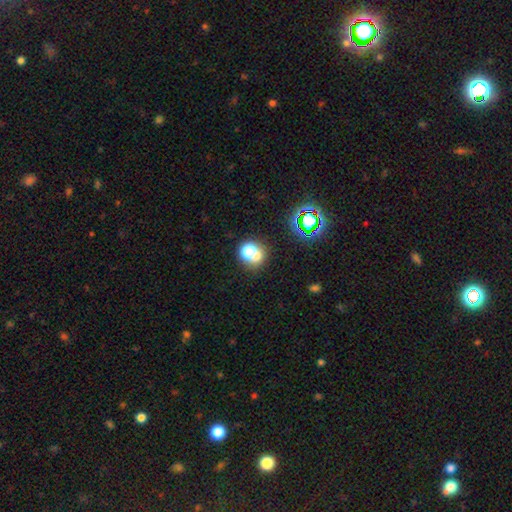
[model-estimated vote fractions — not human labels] The model was most divided on "merging": merger: 47%, none: 41%, minor disturbance: 8%, major disturbance: 4%. More confident: how rounded — round (77%); smooth or featured — smooth (65%).